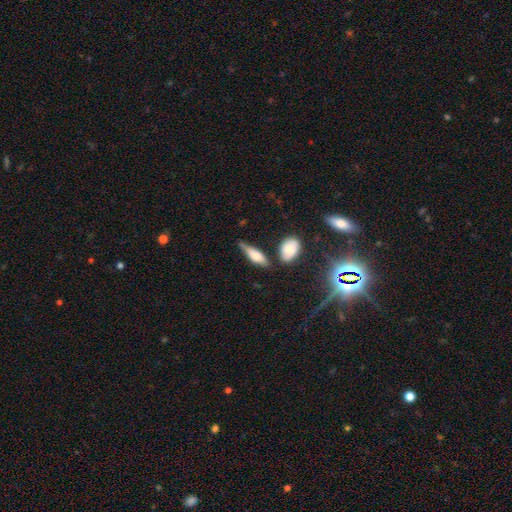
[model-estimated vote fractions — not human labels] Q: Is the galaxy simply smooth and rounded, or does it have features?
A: smooth — 61%.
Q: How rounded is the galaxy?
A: in between — 51%.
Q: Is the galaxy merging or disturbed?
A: none — 57%.